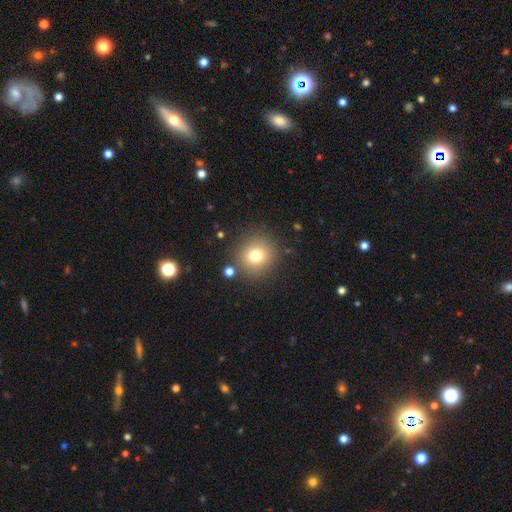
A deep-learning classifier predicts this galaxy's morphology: Smooth or featured? smooth (75%)
How rounded? round (92%)
Merging? none (85%)